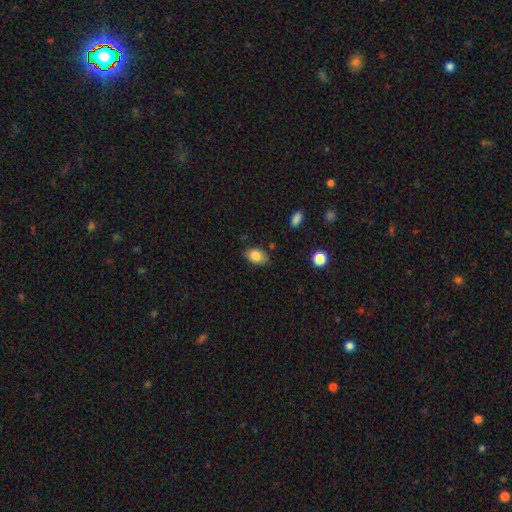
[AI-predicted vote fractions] Q: Smooth or featured?
A: smooth (84%); runner-up: featured or disk (8%)
Q: How rounded?
A: in between (86%); runner-up: round (13%)
Q: Merging?
A: none (81%); runner-up: minor disturbance (14%)